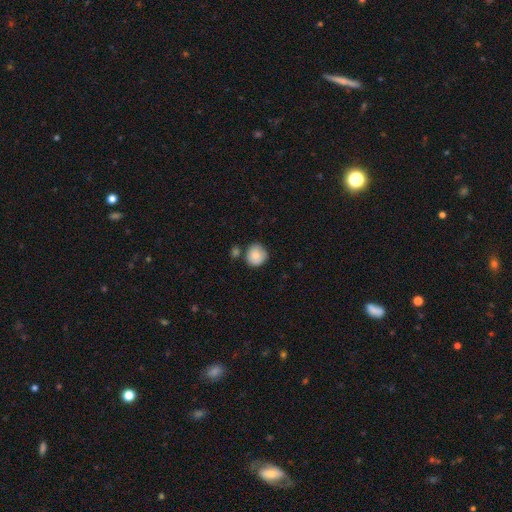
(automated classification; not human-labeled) smooth 86%, star or artifact 7%, featured or disk 7%. Down the decision tree: how rounded — round (88%); merging — none (70%).